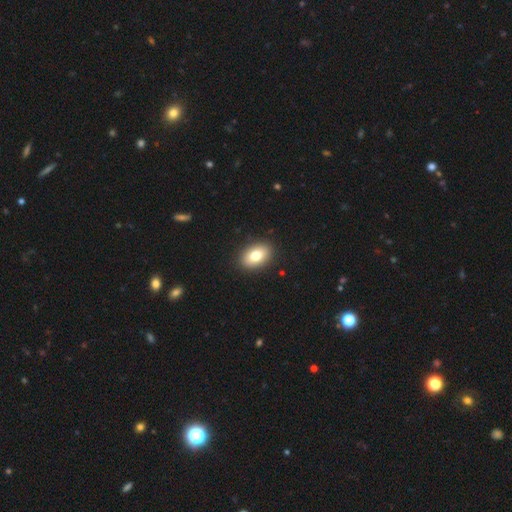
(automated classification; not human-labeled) This is likely a smooth galaxy (79%). How rounded: clearly in between (85%). Merging: clearly none (90%).